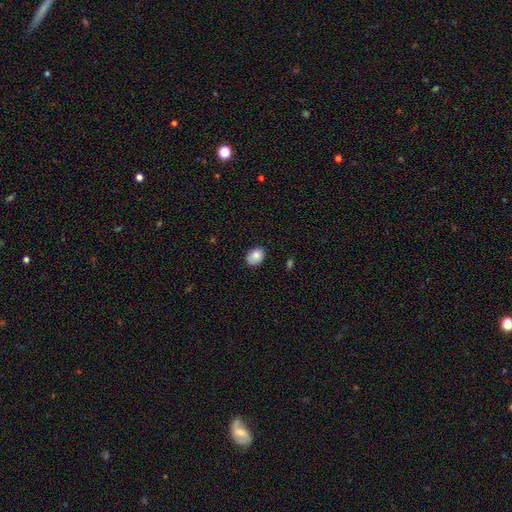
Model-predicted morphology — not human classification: type=smooth (85%); roundness=in between (69%); merging=none (78%).